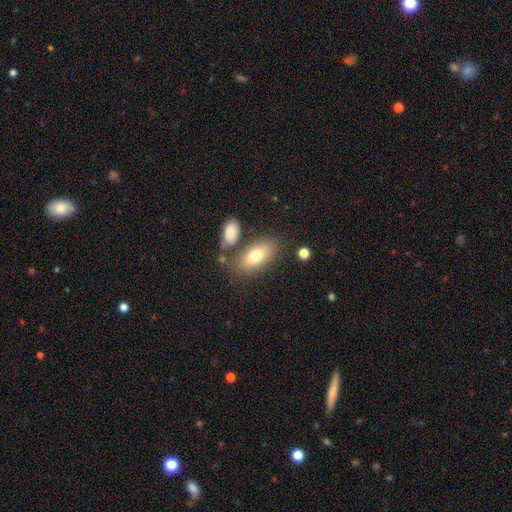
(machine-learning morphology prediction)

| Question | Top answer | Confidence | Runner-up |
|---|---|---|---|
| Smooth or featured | smooth | 75% | featured or disk (16%) |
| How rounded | in between | 89% | round (6%) |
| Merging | none | 71% | minor disturbance (13%) |